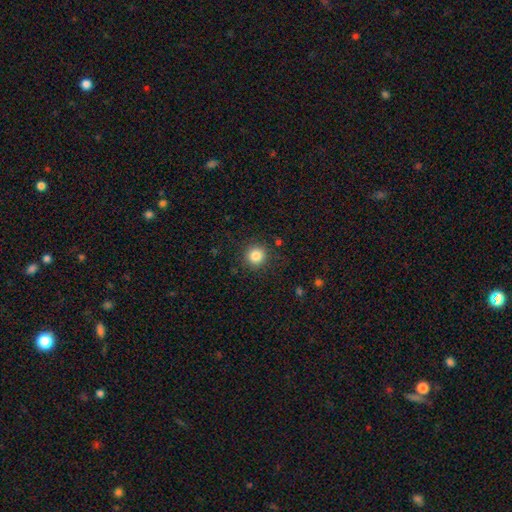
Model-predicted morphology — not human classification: Smooth or featured? smooth (83%)
How rounded? round (93%)
Merging? none (89%)